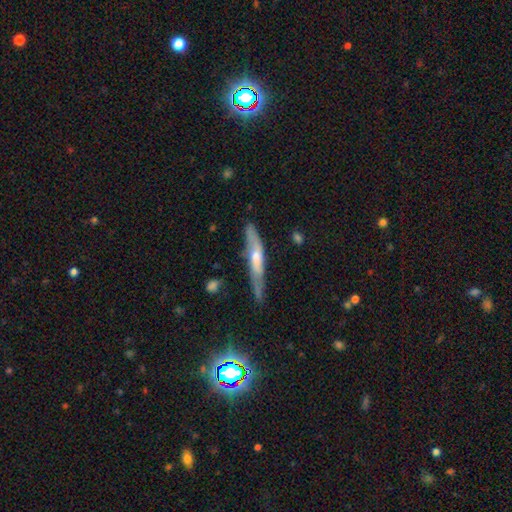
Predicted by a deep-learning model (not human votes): featured or disk 57%, smooth 36%, star or artifact 6%. Down the decision tree: edge-on disk — yes (76%); merging — none (64%).